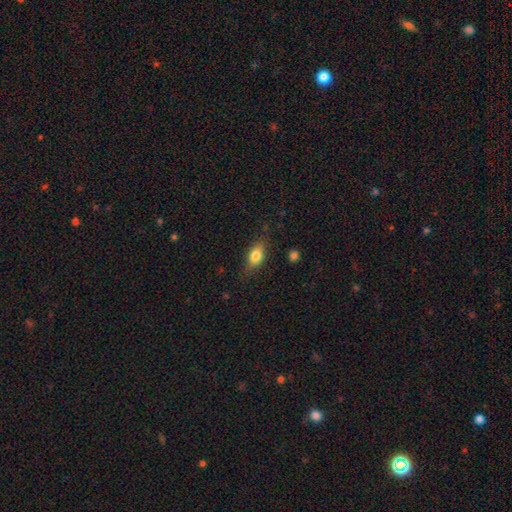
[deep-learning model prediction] Overall: smooth (78%). How rounded: in between (81%). Merging: none (77%).